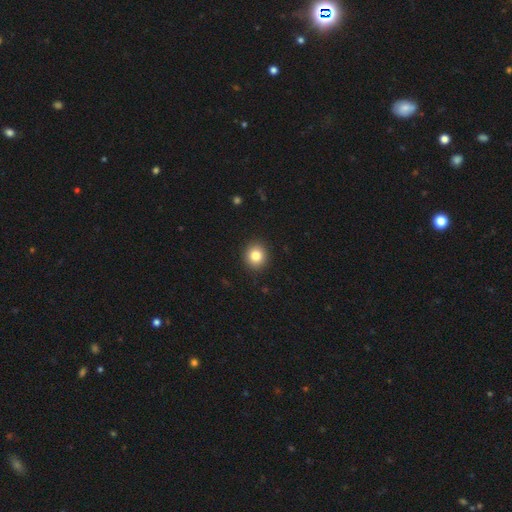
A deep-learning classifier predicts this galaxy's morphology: Smooth or featured? Predicted: smooth (p=0.83). How rounded? Predicted: round (p=0.86). Merging? Predicted: none (p=0.91).